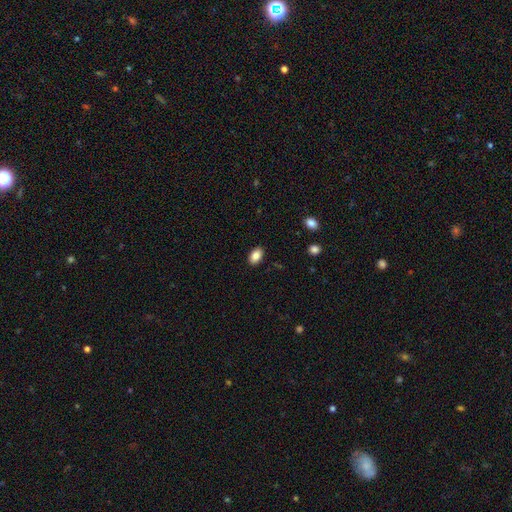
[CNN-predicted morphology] The model was most divided on "smooth or featured": smooth: 86%, star or artifact: 8%, featured or disk: 6%. More confident: how rounded — in between (90%); merging — none (88%).